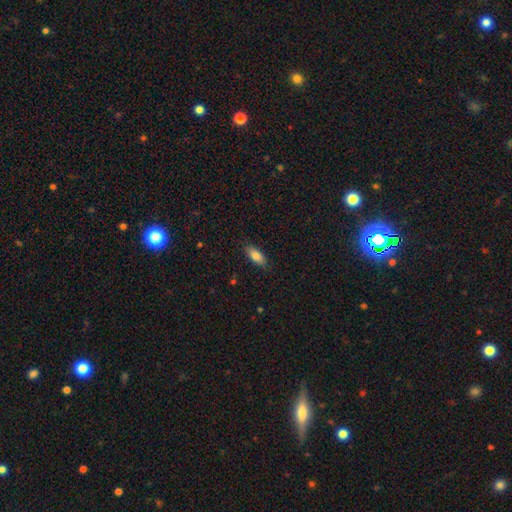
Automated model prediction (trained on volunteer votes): Morphology: type=smooth (83%); roundness=in between (80%); merging=none (86%).